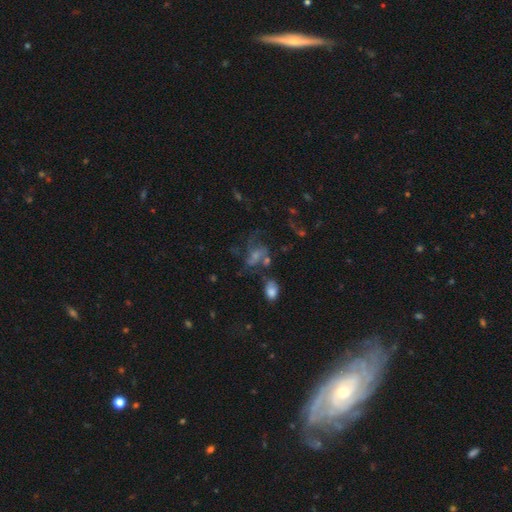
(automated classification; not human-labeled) This is possibly a featured or disk galaxy (53%). It is clearly not viewed edge-on (95%). Bar: possibly no (57%). Spiral arm pattern: likely yes (68%). Central bulge: marginally small (43%). Merging: marginally none (42%).